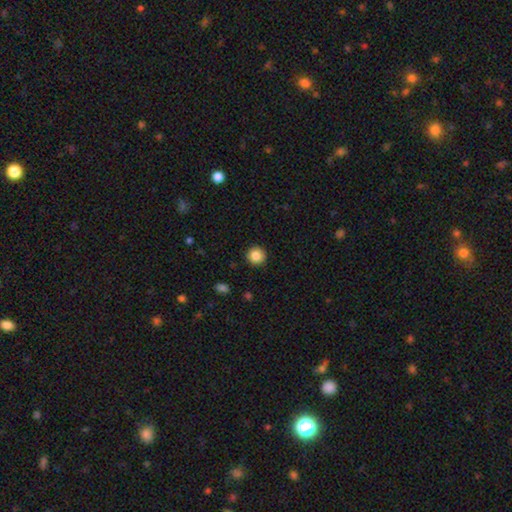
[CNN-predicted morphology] Overall: smooth (86%). How rounded: round (95%). Merging: none (92%).